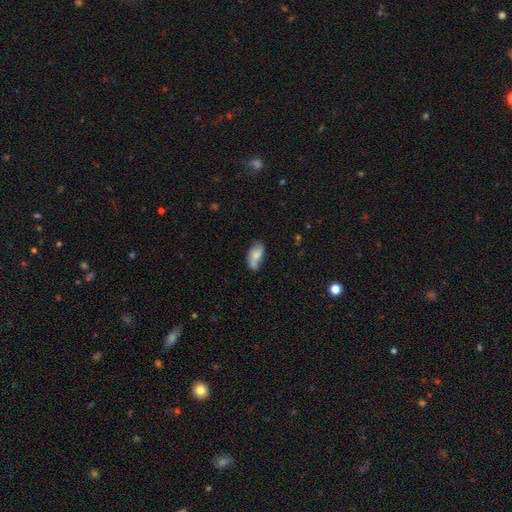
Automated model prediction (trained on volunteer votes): This appears to be a smooth galaxy with no disk features (56%) that is in between round and cigar-shaped (90%). Merging: none (51%).